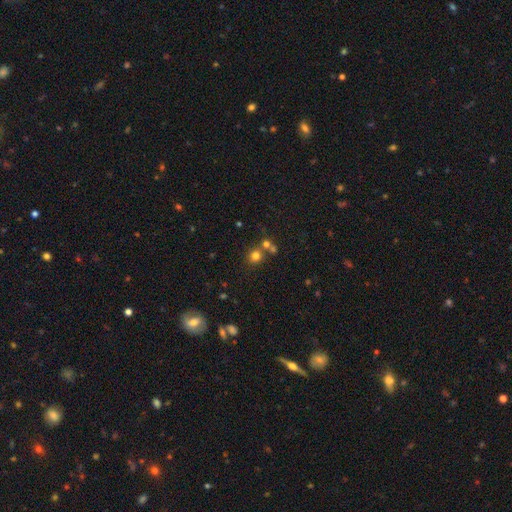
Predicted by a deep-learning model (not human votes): smooth-or-featured: smooth: 73% | star or artifact: 18% | featured or disk: 9%
  how-rounded: round: 85% | in between: 14% | cigar-shaped: 1%
  merging: none: 61% | merger: 28% | minor disturbance: 8% | major disturbance: 3%